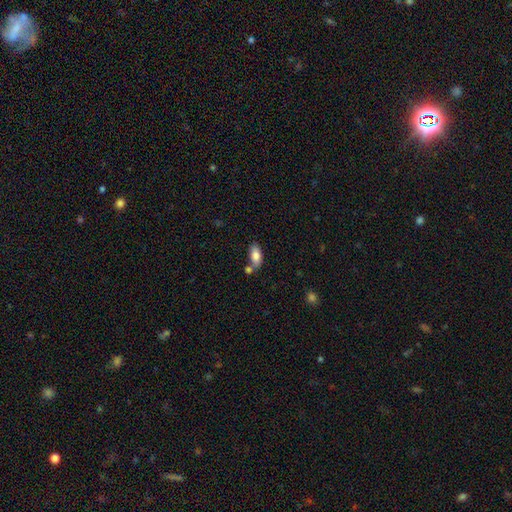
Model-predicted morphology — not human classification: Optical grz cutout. It shows a smooth galaxy with no disk features (82%) that is in between round and cigar-shaped (90%). Merging: none (60%).